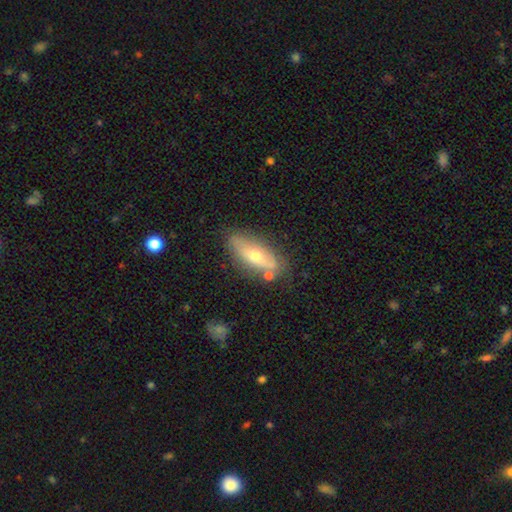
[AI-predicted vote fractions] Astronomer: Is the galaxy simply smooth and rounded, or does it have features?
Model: smooth — 47% (runner-up: featured or disk, 46%).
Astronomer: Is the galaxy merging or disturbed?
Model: none — 73%.